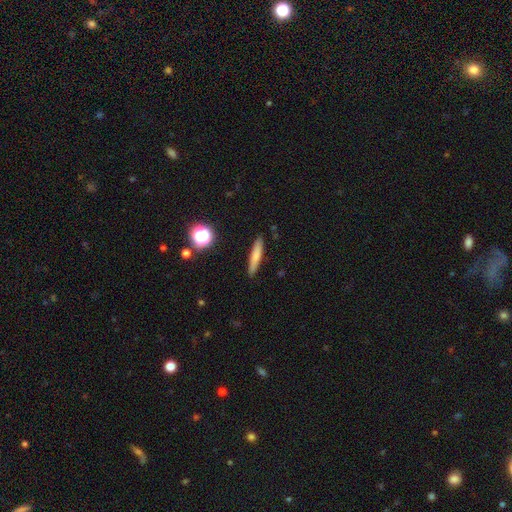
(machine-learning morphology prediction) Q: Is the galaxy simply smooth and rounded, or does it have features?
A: smooth — 72%.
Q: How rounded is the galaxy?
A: cigar-shaped — 89%.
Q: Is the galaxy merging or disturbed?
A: none — 88%.